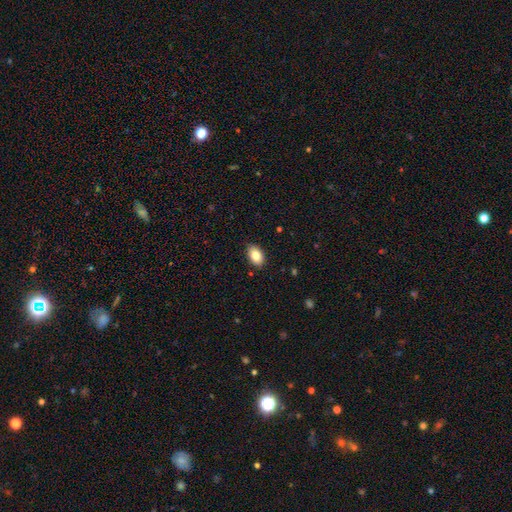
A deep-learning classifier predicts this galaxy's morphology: Overall: smooth (82%). How rounded: in between (89%). Merging: none (87%).